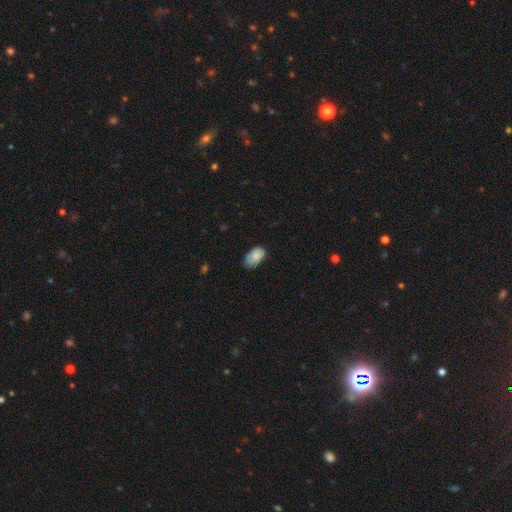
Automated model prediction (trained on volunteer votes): Q: Smooth or featured?
A: smooth (83%); runner-up: featured or disk (10%)
Q: How rounded?
A: in between (93%); runner-up: round (5%)
Q: Merging?
A: none (57%); runner-up: minor disturbance (35%)